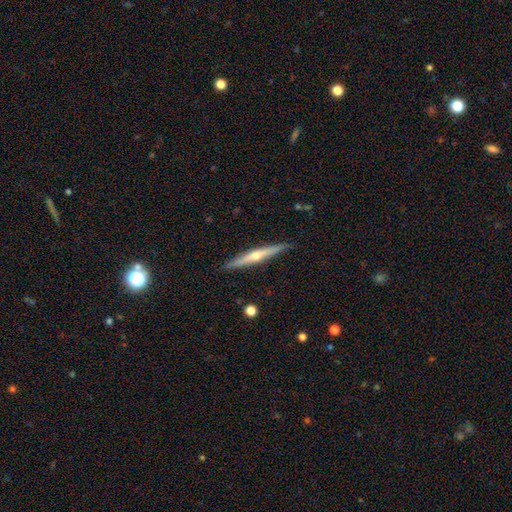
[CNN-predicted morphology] smooth-or-featured: featured or disk: 69% | smooth: 25% | star or artifact: 6%
  disk-edge-on: yes: 97% | no: 3%
    edge-on-bulge: rounded: 85% | none: 12% | boxy: 3%
  merging: none: 89% | minor disturbance: 8% | major disturbance: 1% | merger: 1%